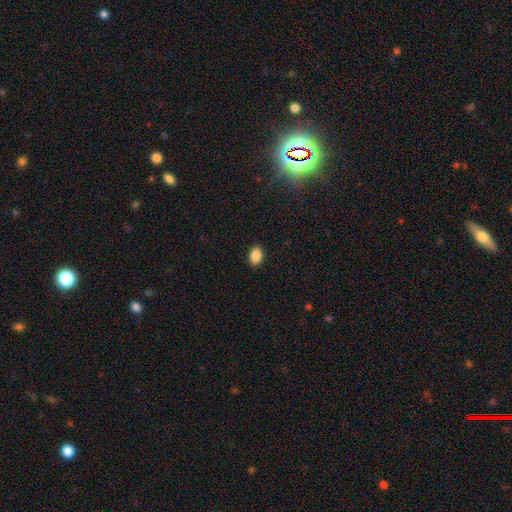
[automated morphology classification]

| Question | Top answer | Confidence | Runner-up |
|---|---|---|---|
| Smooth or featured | smooth | 88% | star or artifact (8%) |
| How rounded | in between | 86% | round (13%) |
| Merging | none | 89% | minor disturbance (8%) |